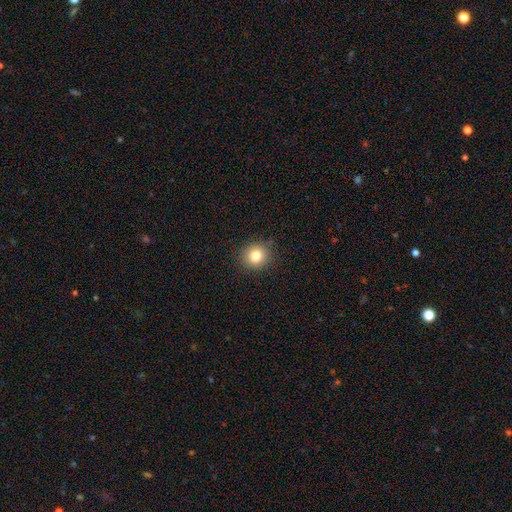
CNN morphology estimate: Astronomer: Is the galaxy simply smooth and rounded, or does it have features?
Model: smooth — 81%.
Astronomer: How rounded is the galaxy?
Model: round — 87%.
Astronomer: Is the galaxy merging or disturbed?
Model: none — 89%.